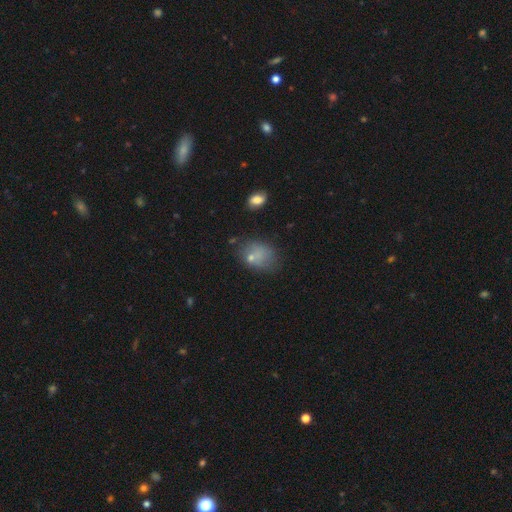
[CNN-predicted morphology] This is likely a smooth galaxy (69%). How rounded: likely in between (68%). Merging: possibly none (46%).